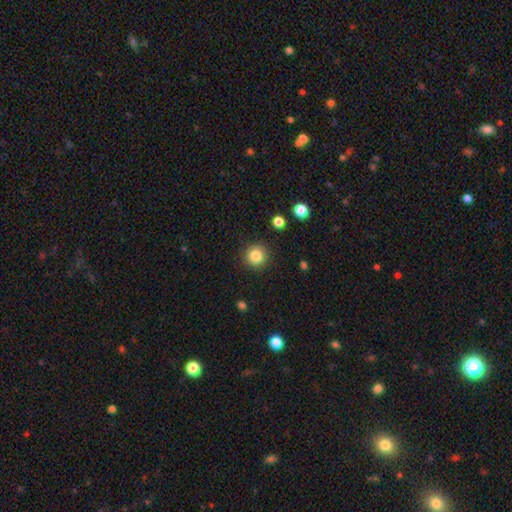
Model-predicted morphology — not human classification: Smooth or featured? Predicted: smooth (p=0.85). How rounded? Predicted: round (p=0.95). Merging? Predicted: none (p=0.90).